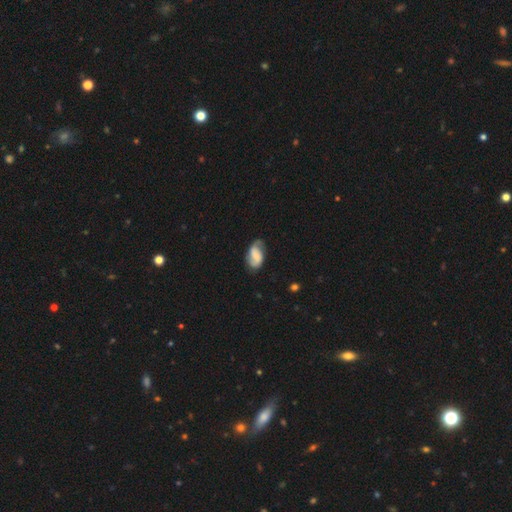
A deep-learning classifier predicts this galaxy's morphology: type=featured or disk (62%); edge-on=no (97%); bar=weak (46%); spiral arms=yes (91%); winding=medium (42%); arm count=2 (83%); bulge=small (36%); merging=none (65%).